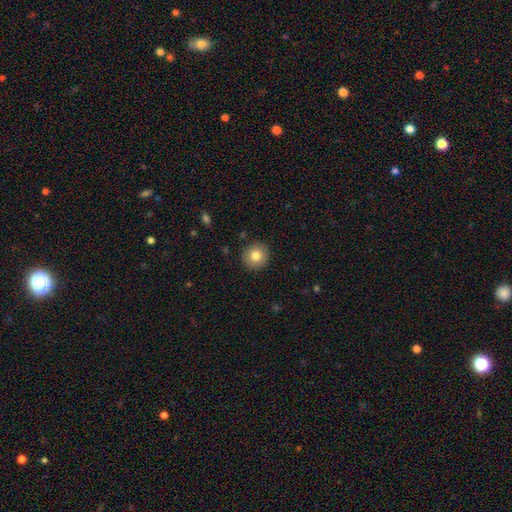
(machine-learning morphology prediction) A smooth galaxy with no disk features (80%) that is round (91%). Merging: none (91%).